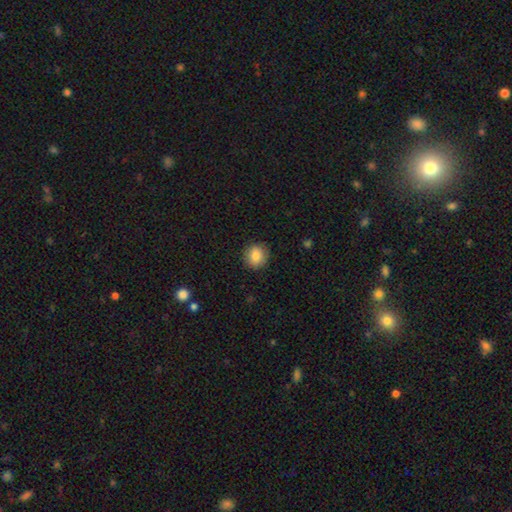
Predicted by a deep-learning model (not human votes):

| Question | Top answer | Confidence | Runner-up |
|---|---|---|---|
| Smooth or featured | smooth | 83% | star or artifact (9%) |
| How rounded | round | 87% | in between (12%) |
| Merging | none | 89% | minor disturbance (8%) |